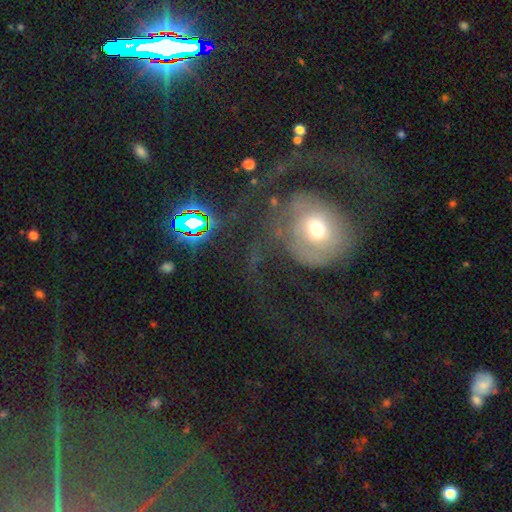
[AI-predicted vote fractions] A featured or disk galaxy (58%) with no bar (71%), spiral arms (68%) and a moderate central bulge (62%).

Vote fractions:
- Smooth or featured? featured or disk: 58% / smooth: 26% / star or artifact: 17%
- Edge-on disk? no: 96% / yes: 4%
- Bar? no: 71% / weak: 20% / strong: 9%
- Spiral arms? yes: 68% / no: 32%
- Bulge size? moderate: 62% / small: 23% / large: 10% / dominant: 3% / none: 2%
- Merging? none: 47% / major disturbance: 37% / minor disturbance: 13% / merger: 3%